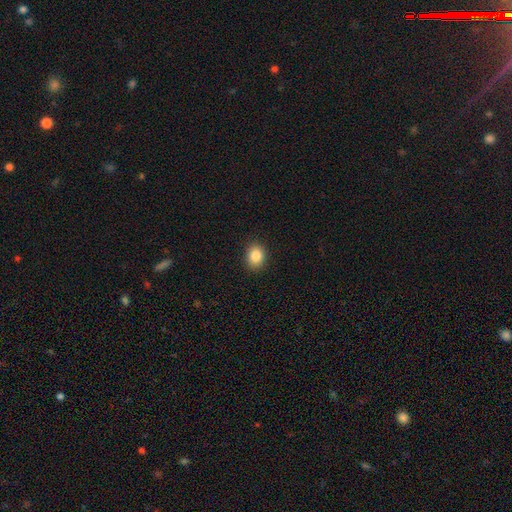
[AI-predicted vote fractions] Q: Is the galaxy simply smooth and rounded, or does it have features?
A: smooth — 86%.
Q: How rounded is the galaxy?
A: round — 52%.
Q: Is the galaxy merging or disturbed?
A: none — 89%.